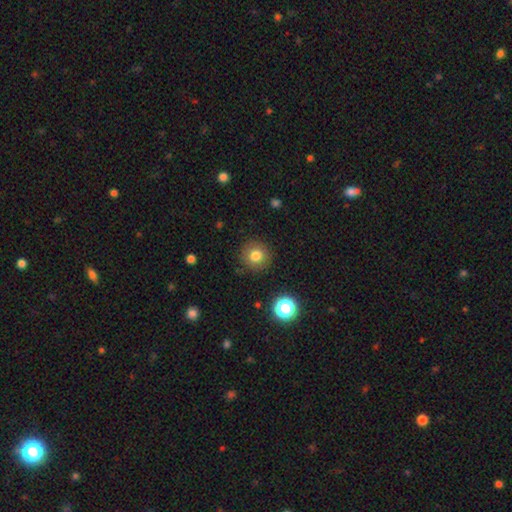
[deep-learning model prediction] Smooth or featured?
  - smooth: 80% *
  - star or artifact: 12%
  - featured or disk: 8%
How rounded?
  - round: 93% *
  - in between: 6%
  - cigar-shaped: 1%
Merging?
  - none: 89% *
  - minor disturbance: 7%
  - major disturbance: 3%
  - merger: 1%